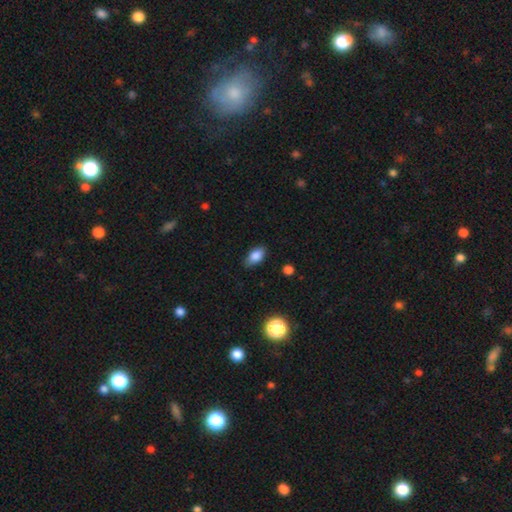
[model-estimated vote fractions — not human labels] A smooth galaxy with no disk features (85%) that is in between round and cigar-shaped (90%). Merging: none (81%).